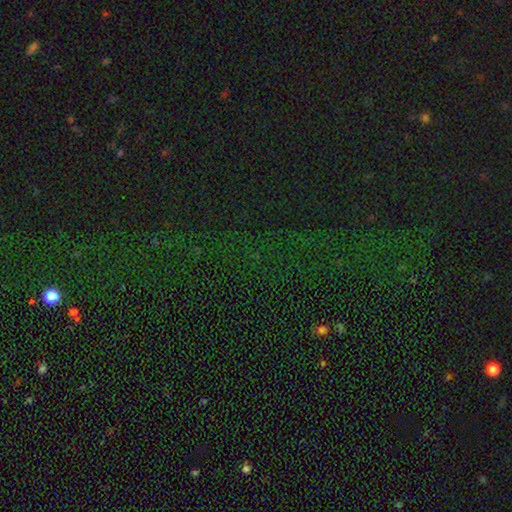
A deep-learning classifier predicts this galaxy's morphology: The model was most divided on "smooth or featured": star or artifact: 82%, smooth: 11%, featured or disk: 7%.